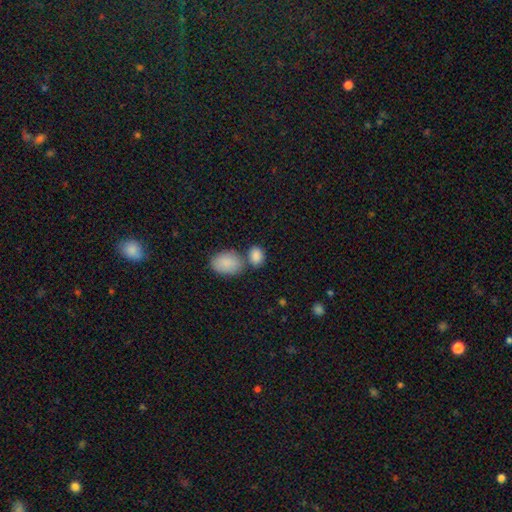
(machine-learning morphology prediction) Smooth or featured?
  - smooth: 87% *
  - star or artifact: 7%
  - featured or disk: 5%
How rounded?
  - in between: 74% *
  - round: 25%
  - cigar-shaped: 1%
Merging?
  - none: 52% *
  - merger: 31%
  - minor disturbance: 12%
  - major disturbance: 4%